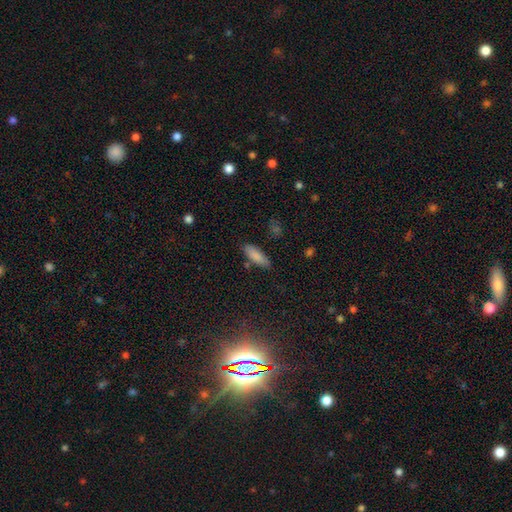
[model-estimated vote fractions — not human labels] Overall: smooth (84%). How rounded: in between (61%; cigar-shaped 37%). Merging: none (80%).